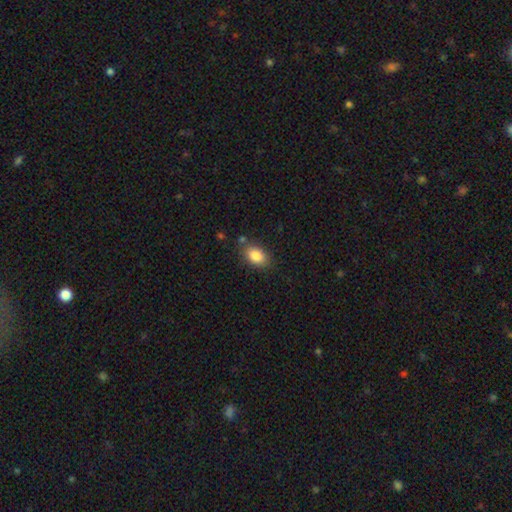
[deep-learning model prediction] Q: Smooth or featured?
A: smooth (85%); runner-up: star or artifact (8%)
Q: How rounded?
A: in between (85%); runner-up: round (13%)
Q: Merging?
A: none (79%); runner-up: minor disturbance (13%)